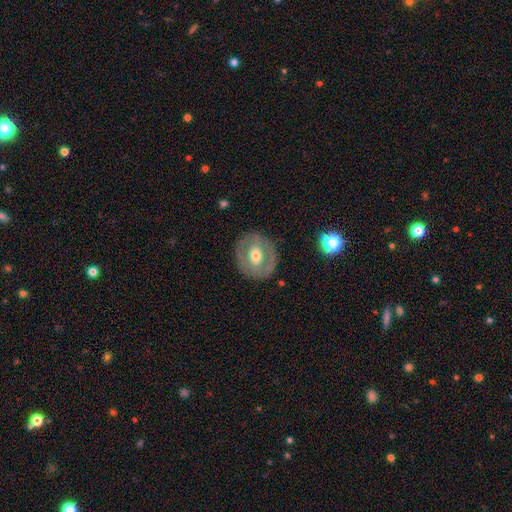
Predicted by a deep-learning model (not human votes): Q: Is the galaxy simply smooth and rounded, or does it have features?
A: featured or disk — 50%.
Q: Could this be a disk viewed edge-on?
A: no — 94%.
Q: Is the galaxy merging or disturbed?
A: none — 83%.